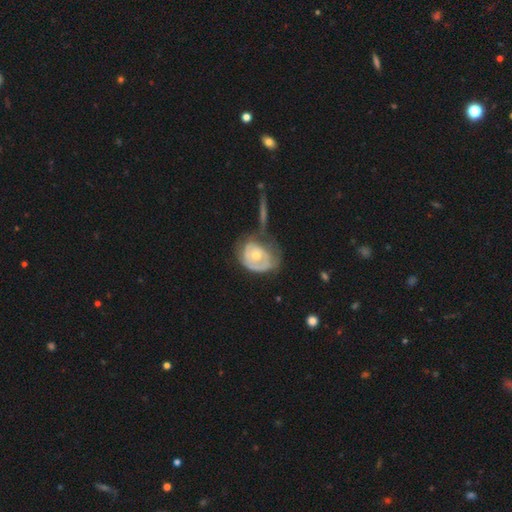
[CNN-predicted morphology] This appears to be a featured or disk galaxy (56%) with no bar (83%), no spiral arms (51%) and a moderate central bulge (60%). Merging: major disturbance (31%).